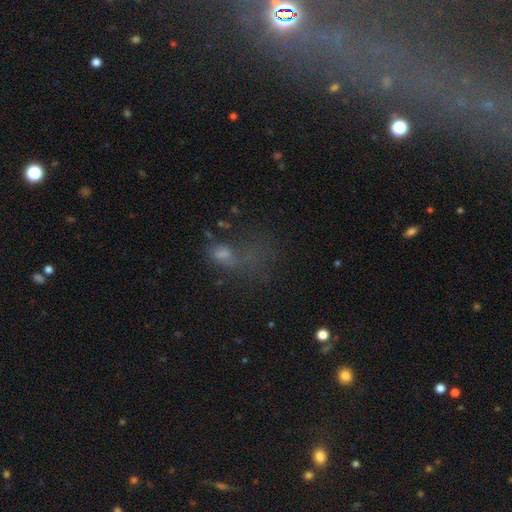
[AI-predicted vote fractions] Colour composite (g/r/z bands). It shows a star or artifact, not a galaxy (39%).